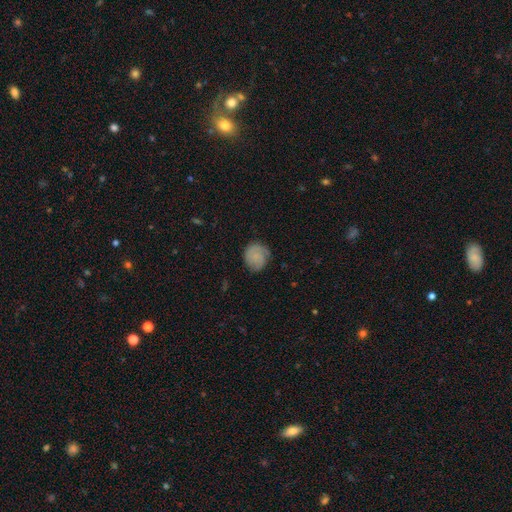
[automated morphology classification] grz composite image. It shows a smooth galaxy with no disk features (62%) that is round (80%). Merging: none (71%).